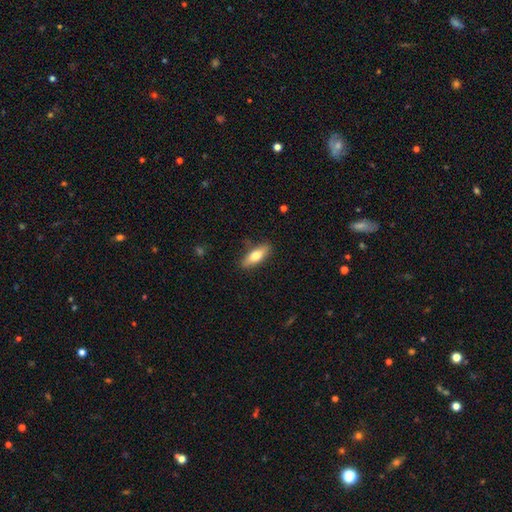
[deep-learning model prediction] A smooth galaxy with no disk features (67%) that is in between round and cigar-shaped (58%).

Vote fractions:
- Smooth or featured? smooth: 67% / featured or disk: 27% / star or artifact: 6%
- How rounded? in between: 58% / cigar-shaped: 39% / round: 3%
- Merging? none: 85% / minor disturbance: 11% / major disturbance: 2% / merger: 1%